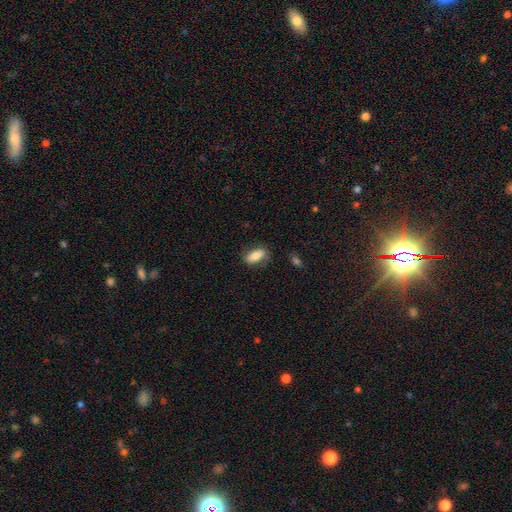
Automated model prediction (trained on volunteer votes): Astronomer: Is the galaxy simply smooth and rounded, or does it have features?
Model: smooth — 78%.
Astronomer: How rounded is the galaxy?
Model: in between — 85%.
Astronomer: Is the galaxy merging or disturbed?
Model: none — 71%.